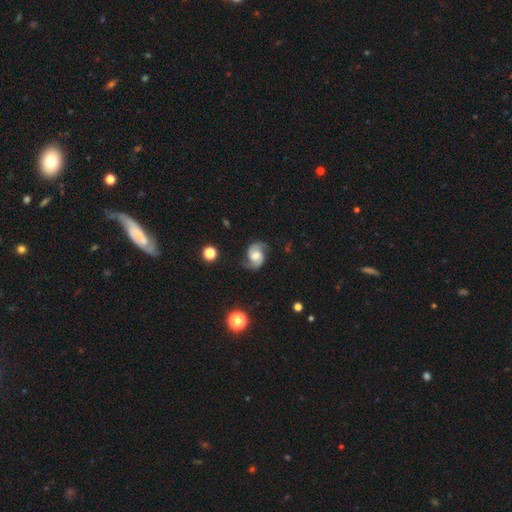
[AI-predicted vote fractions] smooth_or_featured: featured or disk (p=0.88) [alt: smooth p=0.07]
disk_edge_on: no (p=0.98) [alt: yes p=0.02]
bar: no (p=0.49) [alt: weak p=0.41]
has_spiral_arms: yes (p=0.98) [alt: no p=0.02]
spiral_winding: medium (p=0.55) [alt: loose p=0.27]
spiral_arm_count: 2 (p=0.94) [alt: can't tell p=0.02]
bulge_size: moderate (p=0.58) [alt: small p=0.21]
merging: none (p=0.81) [alt: minor disturbance p=0.14]